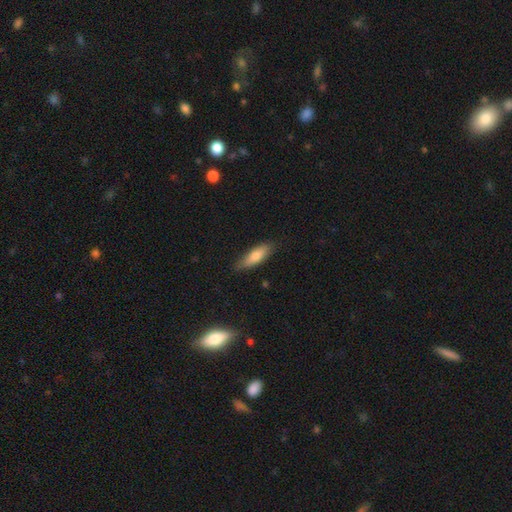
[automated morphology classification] A smooth galaxy with no disk features (74%) that is in between round and cigar-shaped (49%, tied with cigar-shaped).

Vote fractions:
- Smooth or featured? smooth: 74% / featured or disk: 20% / star or artifact: 6%
- How rounded? in between: 49% (tied) / cigar-shaped: 49% (tied) / round: 2%
- Merging? none: 81% / minor disturbance: 15% / major disturbance: 3% / merger: 1%